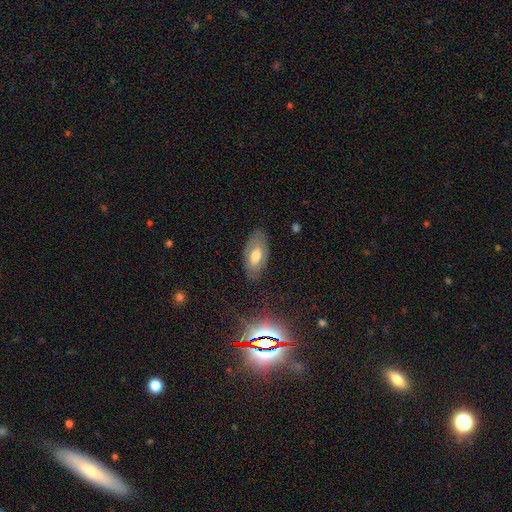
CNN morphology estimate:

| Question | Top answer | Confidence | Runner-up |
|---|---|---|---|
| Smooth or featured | smooth | 53% | featured or disk (39%) |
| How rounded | in between | 92% | cigar-shaped (5%) |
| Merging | none | 79% | minor disturbance (16%) |